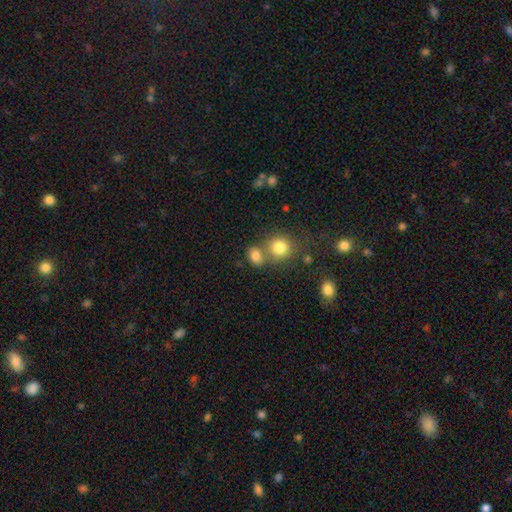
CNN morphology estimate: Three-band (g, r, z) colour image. It shows a smooth galaxy with no disk features (80%) that is round (54%). Merging: none (50%).